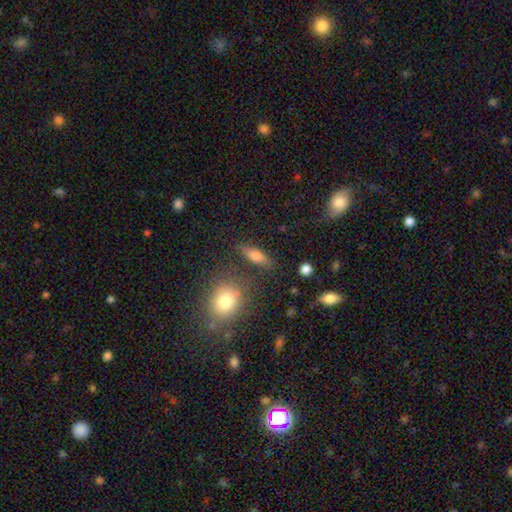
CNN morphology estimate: Smooth or featured: smooth — 64% (featured or disk — 27%)
How rounded: in between — 49% (cigar-shaped — 44%)
Merging: none — 80% (minor disturbance — 11%)